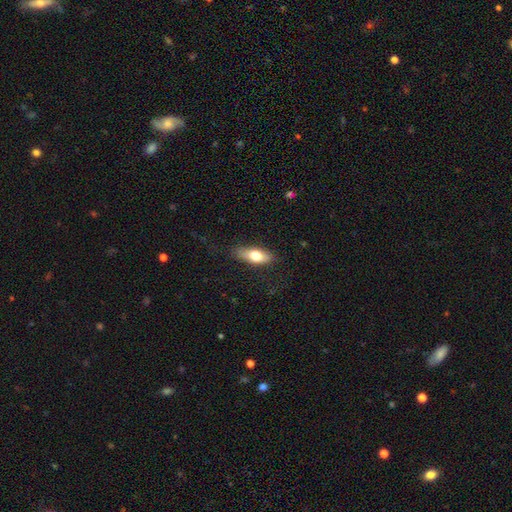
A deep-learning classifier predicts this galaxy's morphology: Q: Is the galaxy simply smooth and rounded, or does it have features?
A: smooth — 69%.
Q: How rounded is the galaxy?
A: in between — 72%.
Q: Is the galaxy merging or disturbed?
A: none — 80%.